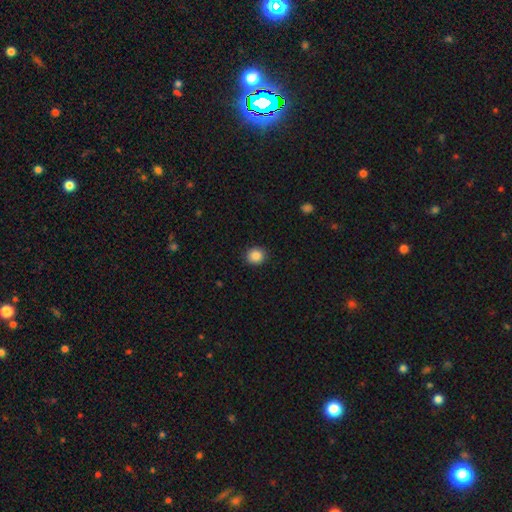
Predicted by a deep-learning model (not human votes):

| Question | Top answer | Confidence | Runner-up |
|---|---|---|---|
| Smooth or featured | smooth | 88% | star or artifact (9%) |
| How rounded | round | 82% | in between (17%) |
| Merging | none | 90% | minor disturbance (7%) |